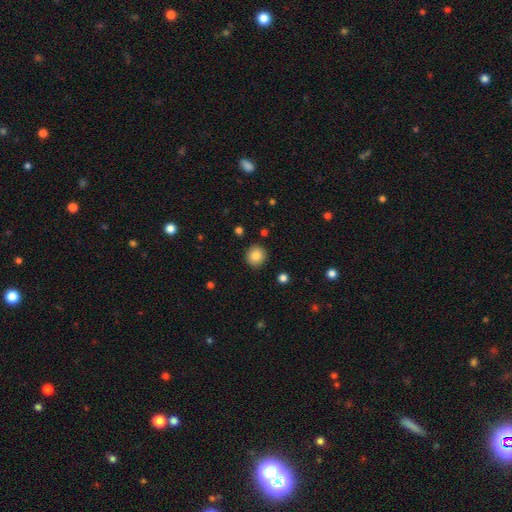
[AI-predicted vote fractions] A smooth galaxy with no disk features (85%) that is round (91%).

Vote fractions:
- Smooth or featured? smooth: 85% / star or artifact: 9% / featured or disk: 5%
- How rounded? round: 91% / in between: 8% / cigar-shaped: 1%
- Merging? none: 90% / minor disturbance: 6% / major disturbance: 2% / merger: 1%